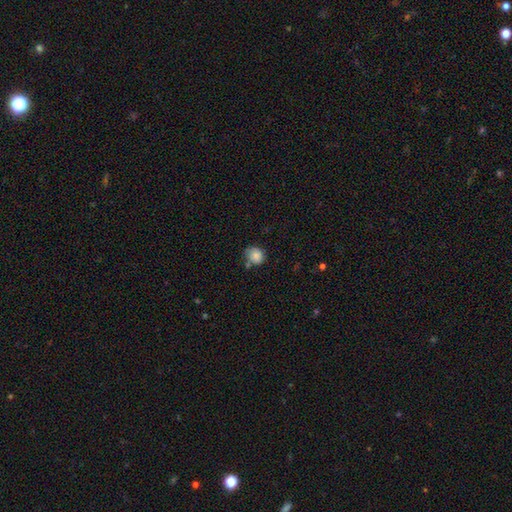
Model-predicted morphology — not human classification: Overall: smooth (85%). How rounded: round (69%; in between 30%). Merging: none (61%; minor disturbance 24%).